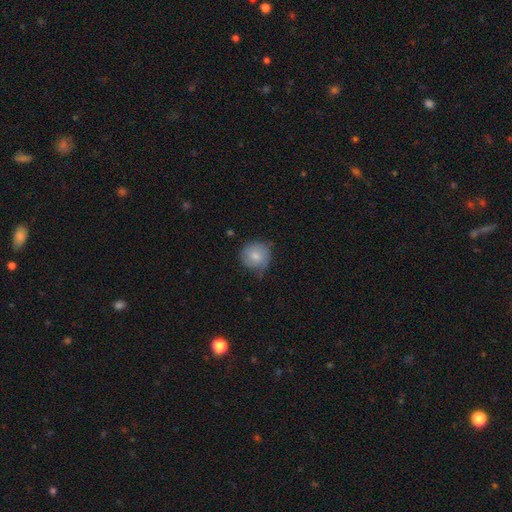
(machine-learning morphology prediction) Smooth or featured? Predicted: smooth (p=0.74). How rounded? Predicted: round (p=0.87). Merging? Predicted: none (p=0.58).